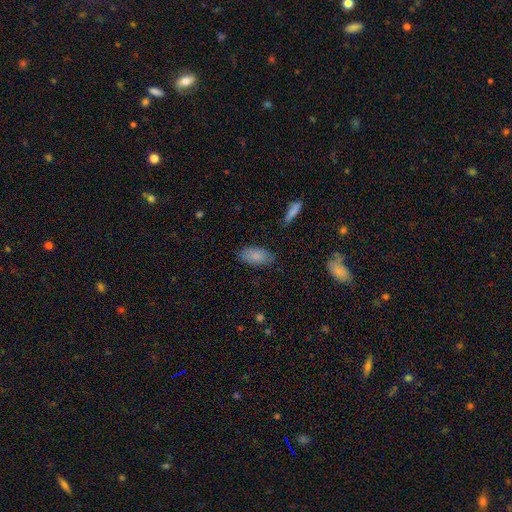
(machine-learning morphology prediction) Smooth or featured? smooth (85%)
How rounded? in between (91%)
Merging? none (81%)